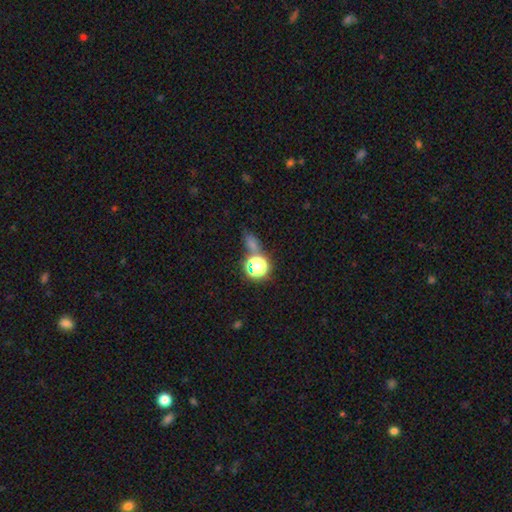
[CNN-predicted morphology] Smooth or featured: star or artifact — 53% (smooth — 36%)